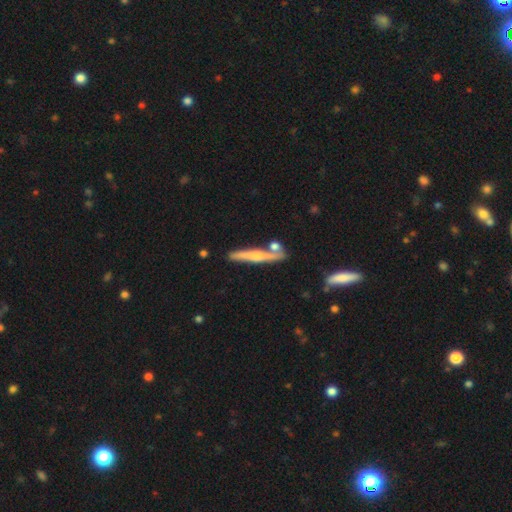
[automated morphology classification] Q: Smooth or featured?
A: featured or disk (58%); runner-up: smooth (36%)
Q: Edge-on disk?
A: yes (94%); runner-up: no (6%)
Q: Edge-on bulge?
A: rounded (76%); runner-up: none (16%)
Q: Merging?
A: none (75%); runner-up: minor disturbance (12%)